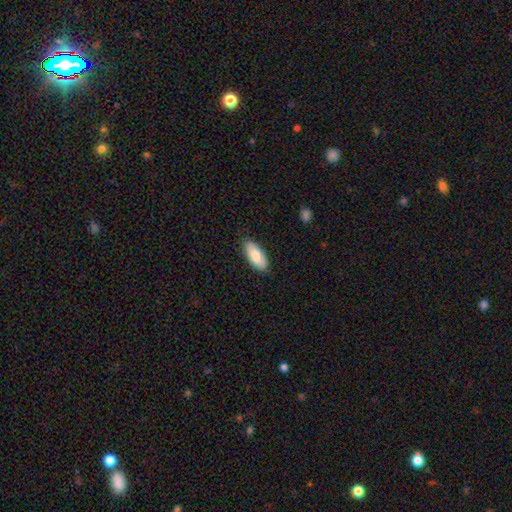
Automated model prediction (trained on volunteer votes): smooth_or_featured: smooth (p=0.88) [alt: featured or disk p=0.07]
how_rounded: in between (p=0.83) [alt: cigar-shaped p=0.16]
merging: none (p=0.86) [alt: minor disturbance p=0.11]